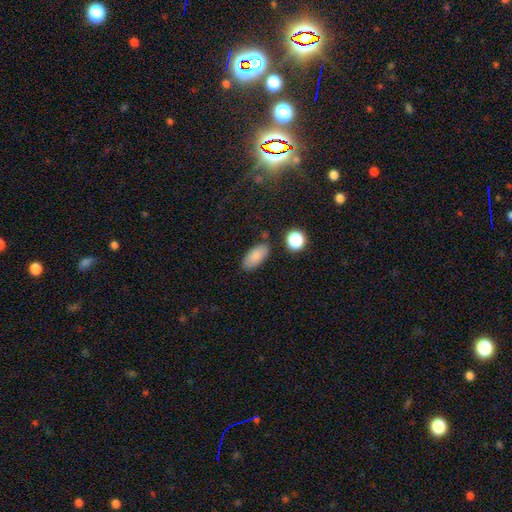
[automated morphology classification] Smooth or featured: smooth — 85% (star or artifact — 8%)
How rounded: in between — 89% (cigar-shaped — 7%)
Merging: none — 81% (minor disturbance — 12%)